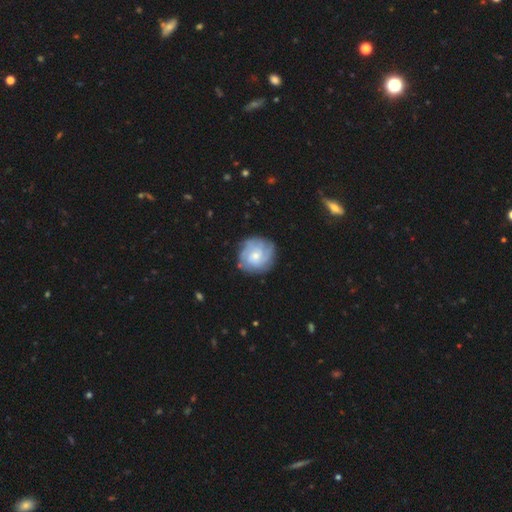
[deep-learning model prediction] smooth_or_featured: featured or disk (p=0.66) [alt: smooth p=0.28]
disk_edge_on: no (p=0.98) [alt: yes p=0.02]
bar: no (p=0.72) [alt: weak p=0.25]
has_spiral_arms: yes (p=0.89) [alt: no p=0.11]
spiral_winding: tight (p=0.63) [alt: medium p=0.28]
spiral_arm_count: can't tell (p=0.42) [alt: 3 p=0.19]
bulge_size: small (p=0.53) [alt: moderate p=0.39]
merging: none (p=0.80) [alt: minor disturbance p=0.14]